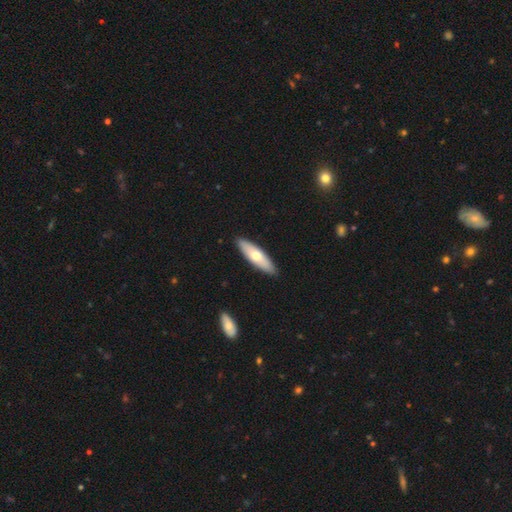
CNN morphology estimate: Smooth or featured?
  - smooth: 59% *
  - featured or disk: 37%
  - star or artifact: 5%
How rounded?
  - cigar-shaped: 53% *
  - in between: 45%
  - round: 2%
Merging?
  - none: 90% *
  - minor disturbance: 8%
  - major disturbance: 2%
  - merger: 1%